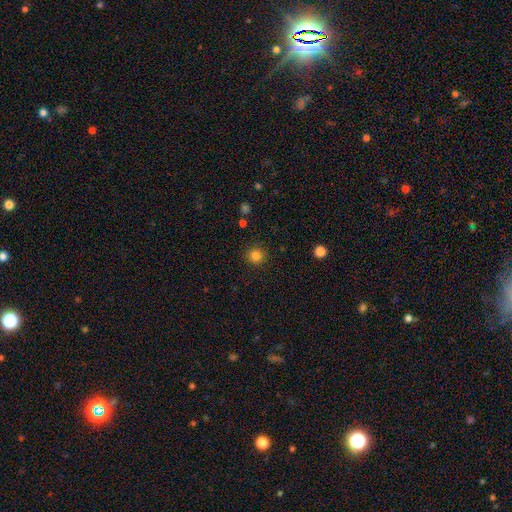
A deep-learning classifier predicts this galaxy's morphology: This appears to be a smooth galaxy with no disk features (84%) that is round (93%). Merging: none (90%).